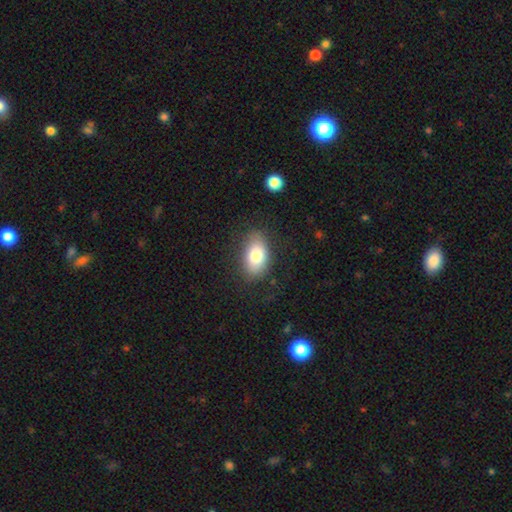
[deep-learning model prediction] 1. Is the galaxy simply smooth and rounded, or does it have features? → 79% smooth, 13% featured or disk, 8% star or artifact.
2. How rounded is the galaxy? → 90% in between, 8% round, 2% cigar-shaped.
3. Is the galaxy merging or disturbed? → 79% none, 15% minor disturbance, 5% major disturbance, 1% merger.